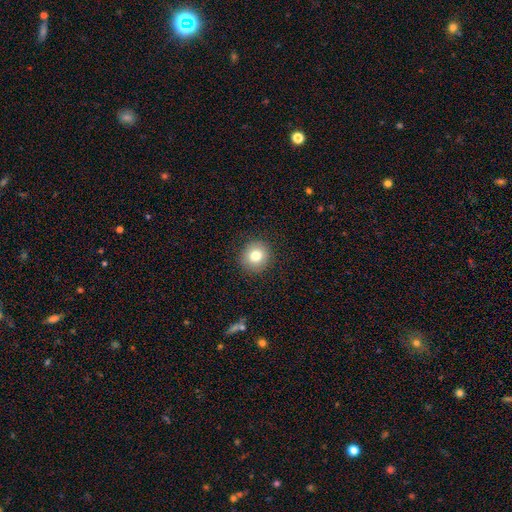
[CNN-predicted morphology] Smooth or featured: smooth — 79% (star or artifact — 11%)
How rounded: round — 91% (in between — 8%)
Merging: none — 91% (minor disturbance — 6%)